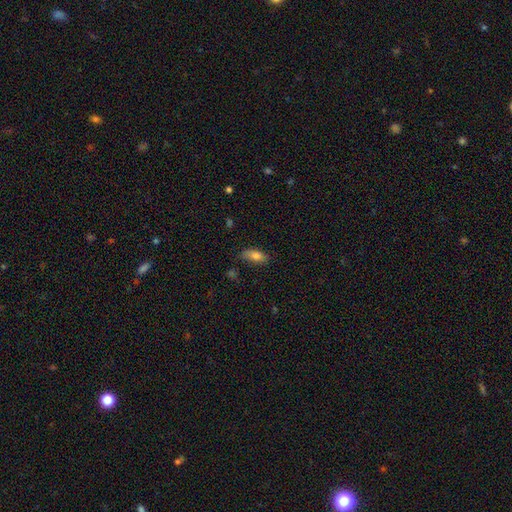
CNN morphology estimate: Smooth or featured? Predicted: smooth (p=0.78). How rounded? Predicted: in between (p=0.82). Merging? Predicted: none (p=0.74).